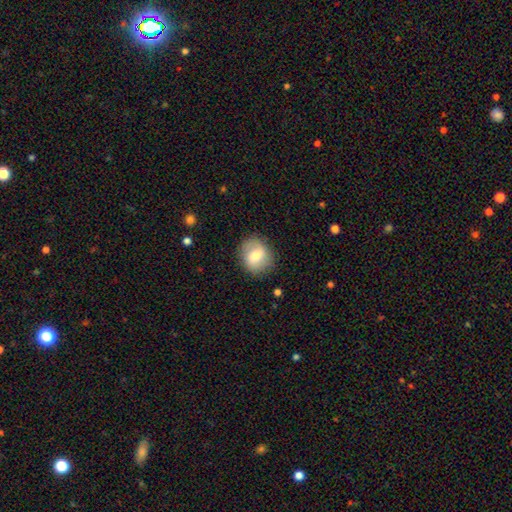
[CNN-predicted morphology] Q: Smooth or featured?
A: smooth (67%); runner-up: featured or disk (25%)
Q: How rounded?
A: round (71%); runner-up: in between (28%)
Q: Merging?
A: none (83%); runner-up: minor disturbance (12%)